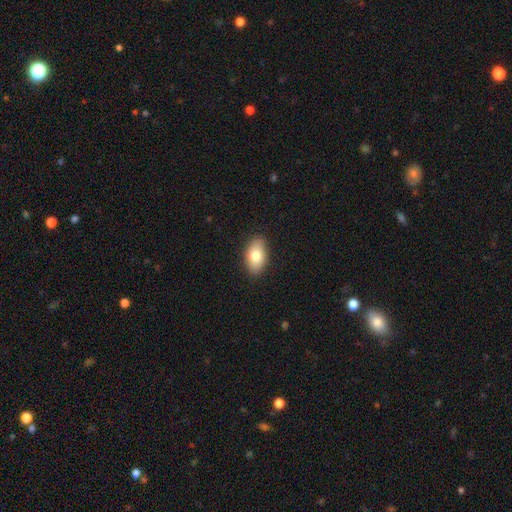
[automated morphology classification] smooth_or_featured: smooth (p=0.80) [alt: featured or disk p=0.13]
how_rounded: in between (p=0.90) [alt: round p=0.08]
merging: none (p=0.85) [alt: minor disturbance p=0.11]